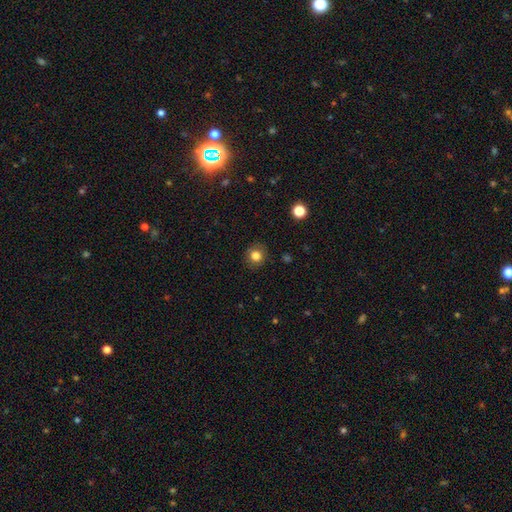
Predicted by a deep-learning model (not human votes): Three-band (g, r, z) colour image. It shows a smooth galaxy with no disk features (82%) that is round (89%). Merging: none (88%).